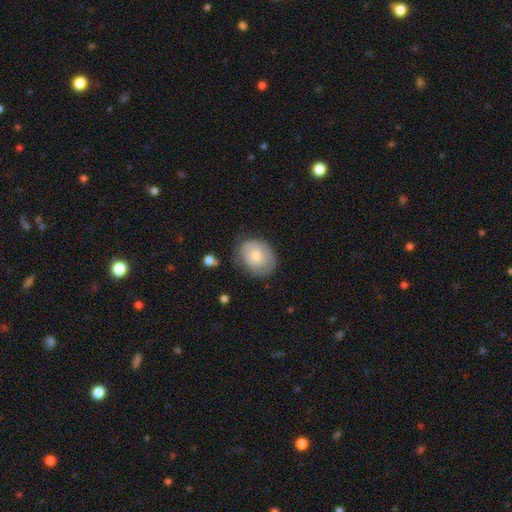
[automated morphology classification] Q: Smooth or featured?
A: smooth (66%); runner-up: featured or disk (27%)
Q: How rounded?
A: round (56%); runner-up: in between (43%)
Q: Merging?
A: none (62%); runner-up: minor disturbance (27%)